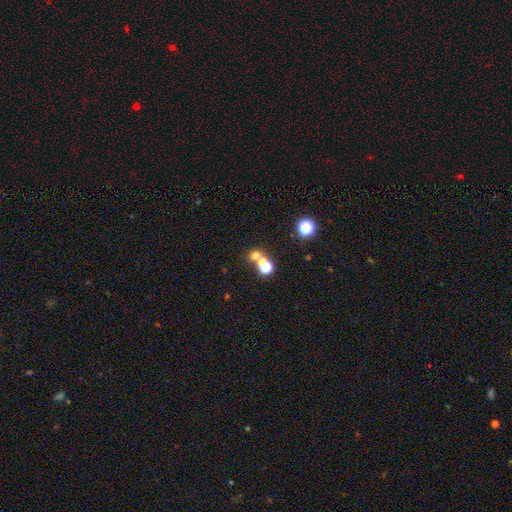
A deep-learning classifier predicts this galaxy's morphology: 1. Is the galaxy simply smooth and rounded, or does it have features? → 61% smooth, 26% star or artifact, 13% featured or disk.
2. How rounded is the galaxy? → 77% round, 21% in between, 1% cigar-shaped.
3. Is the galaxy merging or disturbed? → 46% none, 44% merger, 6% minor disturbance, 4% major disturbance.